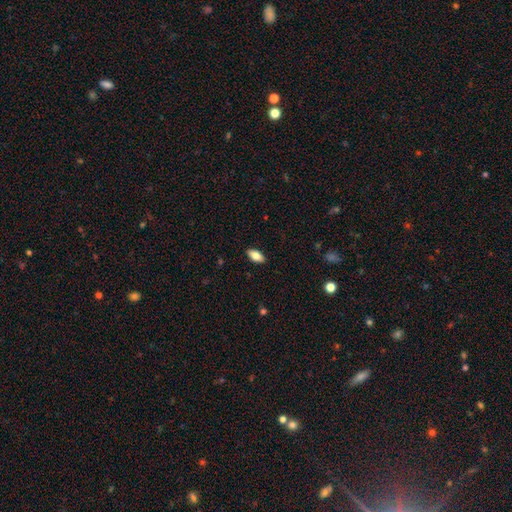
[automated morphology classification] Smooth or featured?
  - smooth: 78% *
  - featured or disk: 15%
  - star or artifact: 7%
How rounded?
  - in between: 89% *
  - cigar-shaped: 8%
  - round: 3%
Merging?
  - none: 89% *
  - minor disturbance: 8%
  - major disturbance: 2%
  - merger: 1%